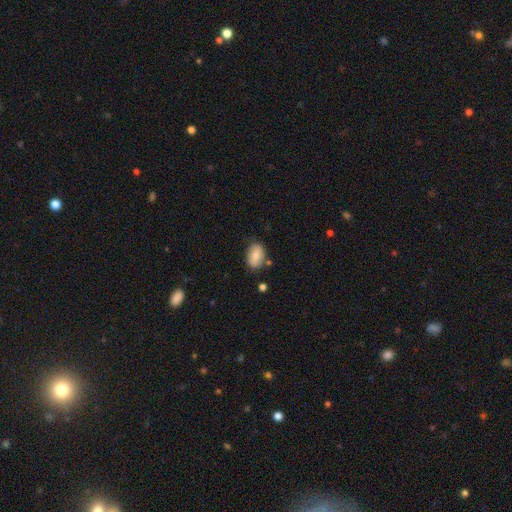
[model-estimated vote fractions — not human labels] Overall: smooth (75%). How rounded: in between (83%). Merging: none (77%).